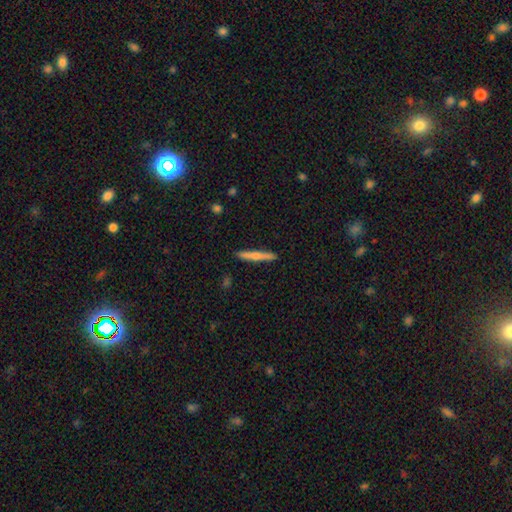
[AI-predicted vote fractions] smooth_or_featured: smooth (p=0.59) [alt: featured or disk p=0.36]
how_rounded: cigar-shaped (p=0.95) [alt: in between p=0.04]
merging: none (p=0.91) [alt: minor disturbance p=0.07]